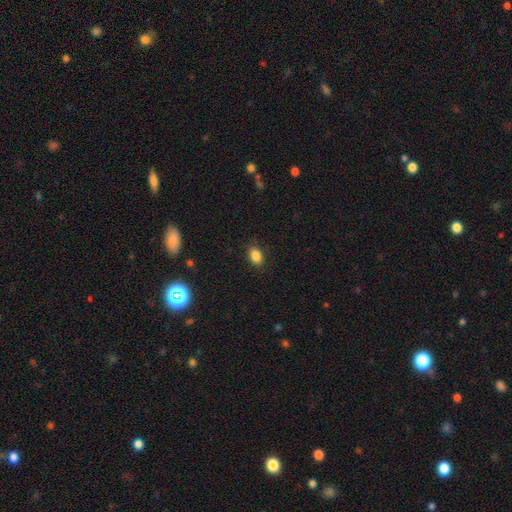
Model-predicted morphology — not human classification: This is clearly a smooth galaxy (85%). How rounded: clearly in between (81%). Merging: clearly none (85%).